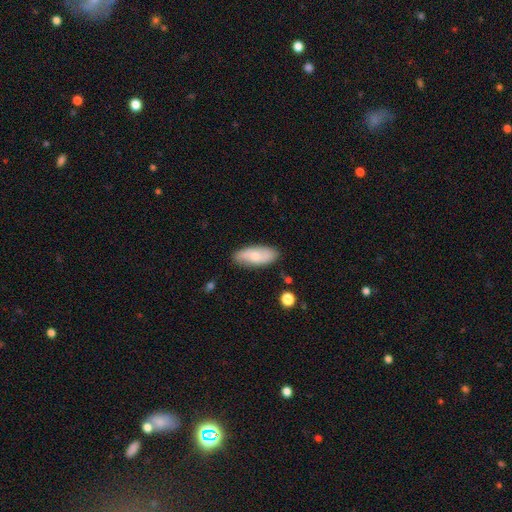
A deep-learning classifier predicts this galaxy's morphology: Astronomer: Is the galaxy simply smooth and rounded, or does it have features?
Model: smooth — 65%.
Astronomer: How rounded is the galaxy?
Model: in between — 82%.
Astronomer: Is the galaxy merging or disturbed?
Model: none — 83%.